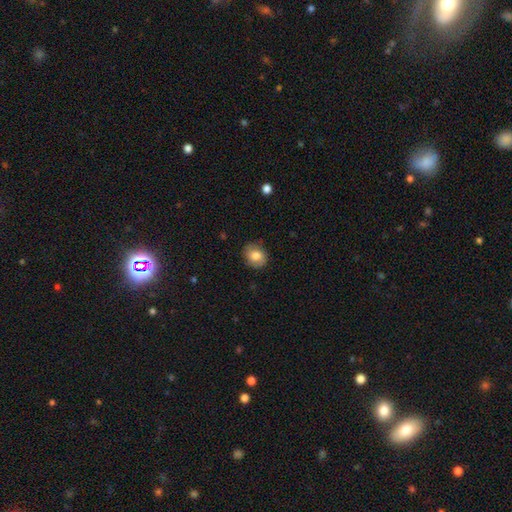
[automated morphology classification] smooth 80%, featured or disk 12%, star or artifact 8%. Down the decision tree: how rounded — round (61%); merging — none (81%).